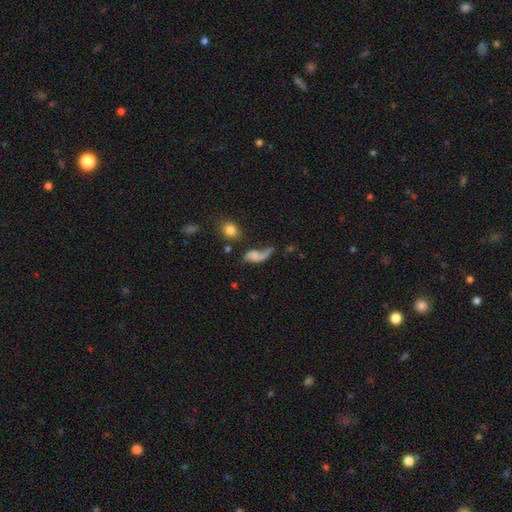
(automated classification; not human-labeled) Smooth or featured? featured or disk (45%)
Merging? major disturbance (37%)